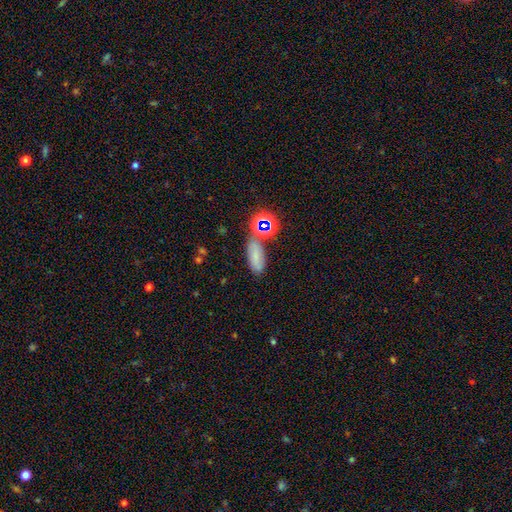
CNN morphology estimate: smooth_or_featured: smooth (p=0.64) [alt: star or artifact p=0.24]
how_rounded: in between (p=0.75) [alt: cigar-shaped p=0.17]
merging: none (p=0.66) [alt: minor disturbance p=0.16]